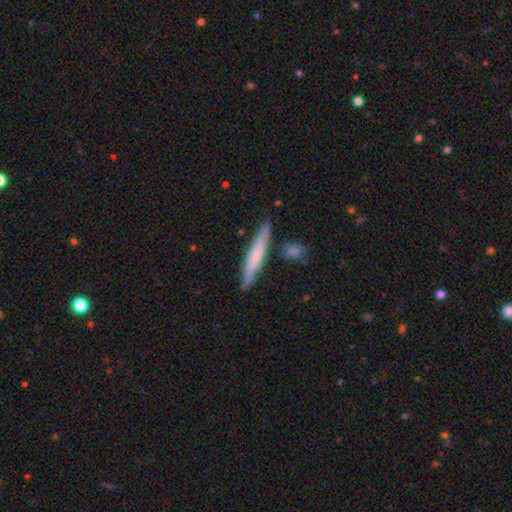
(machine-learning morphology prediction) smooth_or_featured: smooth (p=0.50) [alt: featured or disk p=0.44]
how_rounded: cigar-shaped (p=0.93) [alt: in between p=0.06]
merging: none (p=0.80) [alt: minor disturbance p=0.12]